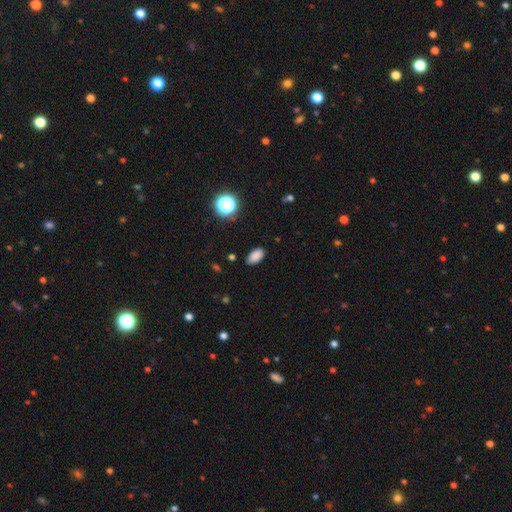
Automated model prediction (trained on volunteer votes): Morphology: type=smooth (85%); roundness=in between (92%); merging=none (87%).